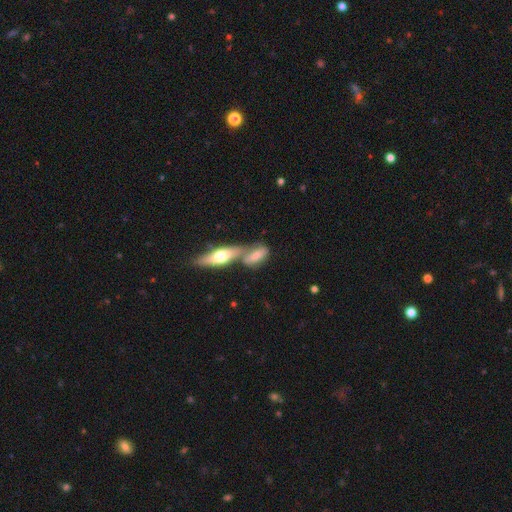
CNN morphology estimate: This appears to be a smooth galaxy with no disk features (65%) that is in between round and cigar-shaped (71%). Merging: merger (55%).